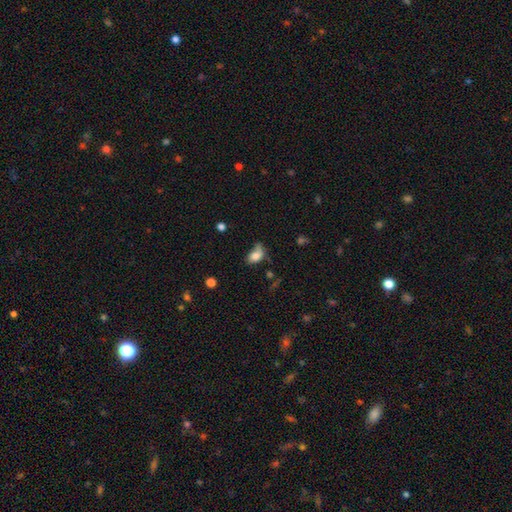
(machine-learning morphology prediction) A smooth galaxy with no disk features (78%) that is in between round and cigar-shaped (86%). Merging: minor disturbance (40%).